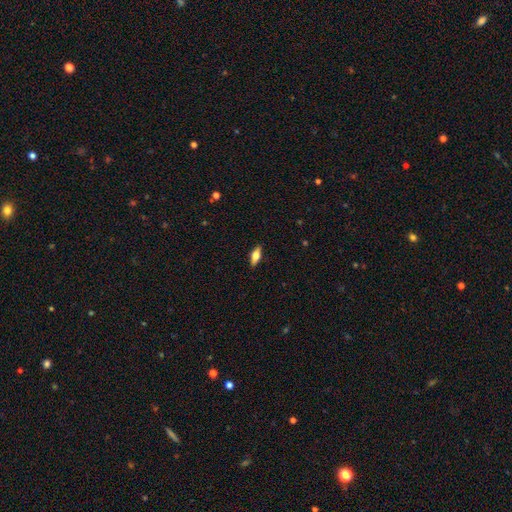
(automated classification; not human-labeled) The model was most divided on "smooth or featured": smooth: 52%, featured or disk: 41%, star or artifact: 7%. More confident: merging — none (89%); how rounded — in between (68%).